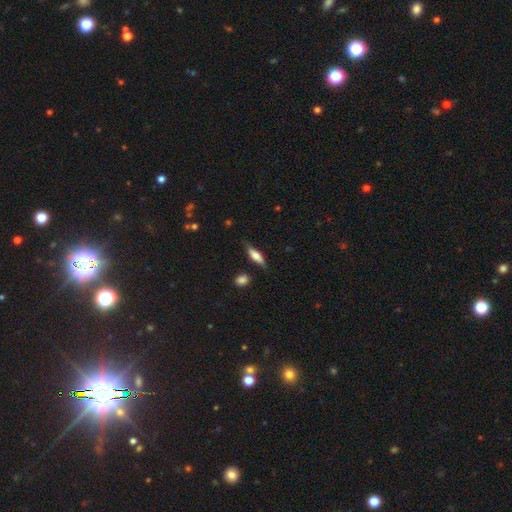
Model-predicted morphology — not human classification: Smooth or featured? Predicted: smooth (p=0.48). Merging? Predicted: none (p=0.79).